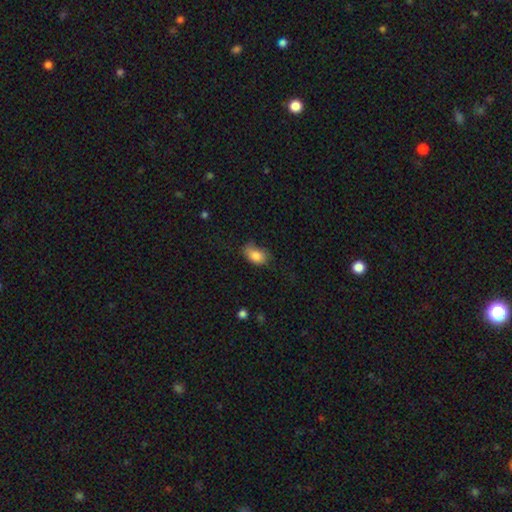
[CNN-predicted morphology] This appears to be a smooth galaxy with no disk features (84%) that is in between round and cigar-shaped (87%). Merging: none (56%).